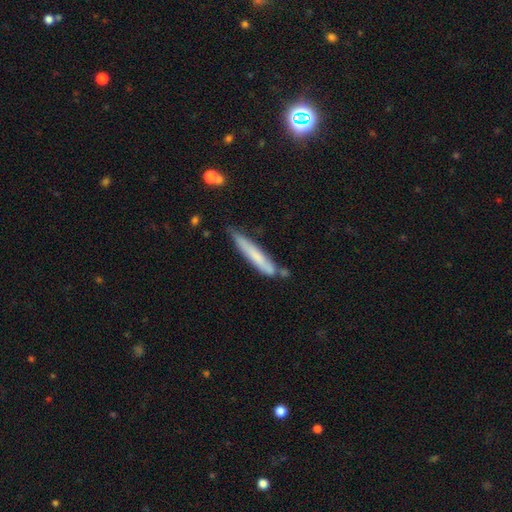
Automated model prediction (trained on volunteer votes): Morphology: type=smooth (64%); roundness=cigar-shaped (94%); merging=none (62%).